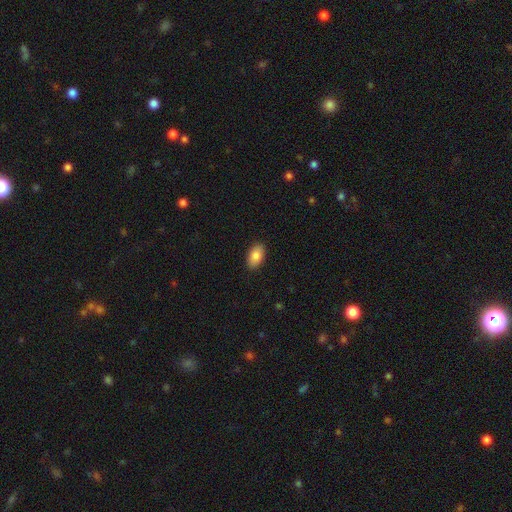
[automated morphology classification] This appears to be a smooth galaxy with no disk features (86%) that is in between round and cigar-shaped (93%). Merging: none (90%).